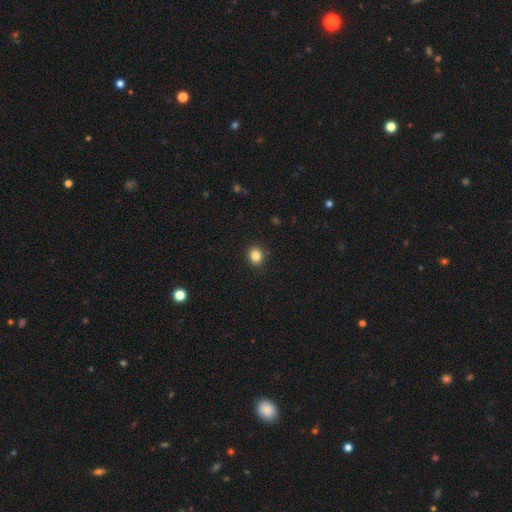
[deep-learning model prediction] This appears to be a smooth galaxy with no disk features (84%) that is round (73%). Merging: none (91%).